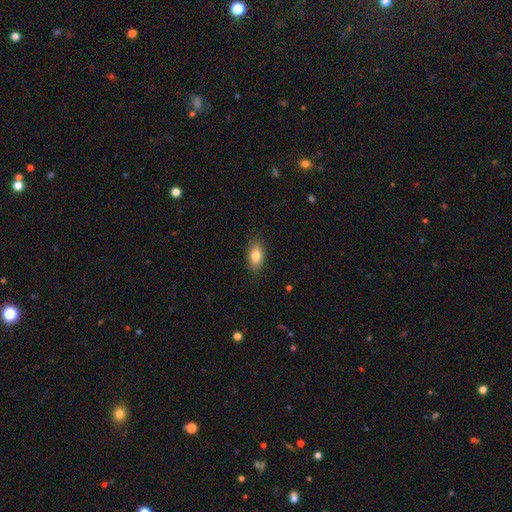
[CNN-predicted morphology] Smooth or featured? Predicted: smooth (p=0.82). How rounded? Predicted: in between (p=0.89). Merging? Predicted: none (p=0.86).